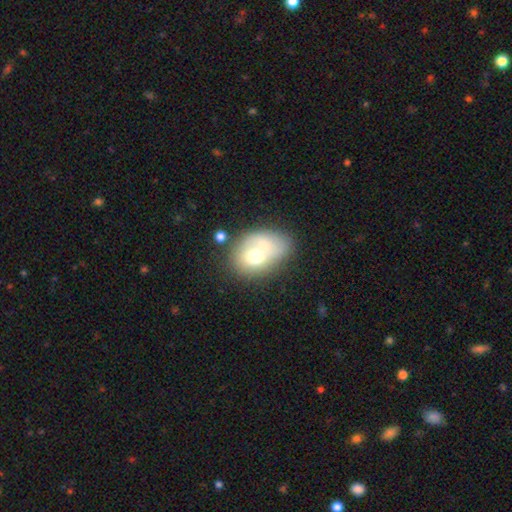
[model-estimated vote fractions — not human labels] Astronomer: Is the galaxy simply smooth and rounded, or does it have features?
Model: smooth — 62%.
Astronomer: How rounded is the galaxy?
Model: in between — 67%.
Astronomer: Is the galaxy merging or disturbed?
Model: merger — 46% (runner-up: none, 27%).